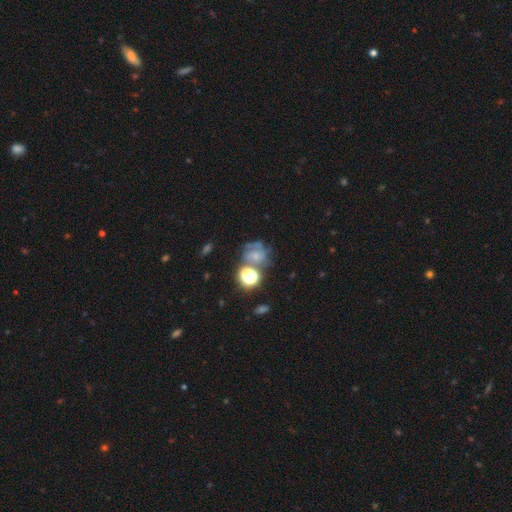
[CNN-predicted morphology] Smooth or featured? featured or disk (39%)
Merging? none (39%)